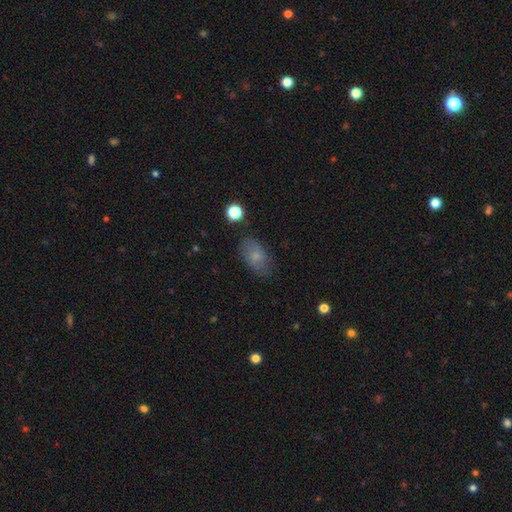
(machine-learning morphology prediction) This appears to be a smooth galaxy with no disk features (72%) that is in between round and cigar-shaped (90%). Merging: none (77%).